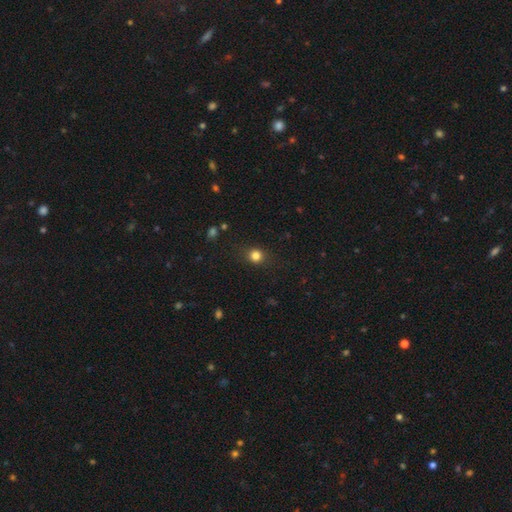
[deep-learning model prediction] smooth_or_featured: smooth (p=0.81) [alt: star or artifact p=0.13]
how_rounded: round (p=0.82) [alt: in between p=0.17]
merging: none (p=0.84) [alt: minor disturbance p=0.11]